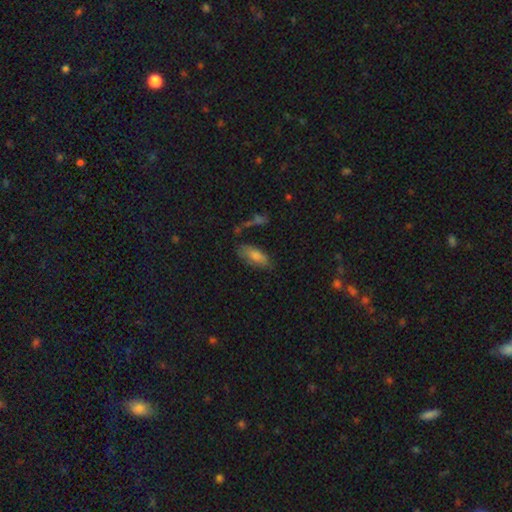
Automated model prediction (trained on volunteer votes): Morphology: type=smooth (76%); roundness=in between (78%); merging=none (72%).